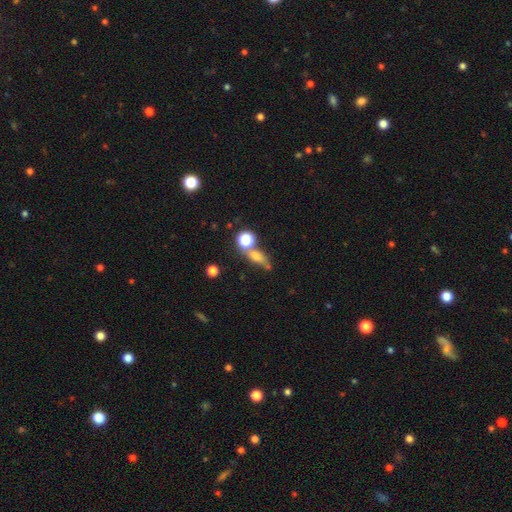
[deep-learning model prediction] Smooth or featured: smooth — 59% (featured or disk — 21%)
How rounded: in between — 43% (round — 29%)
Merging: none — 52% (merger — 24%)